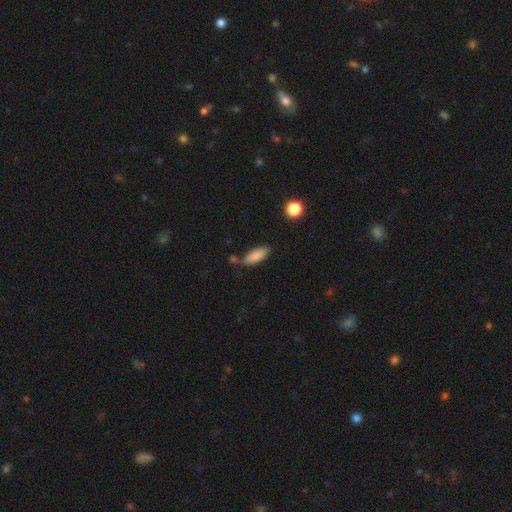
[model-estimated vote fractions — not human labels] This appears to be a smooth galaxy with no disk features (86%) that is in between round and cigar-shaped (73%). Merging: none (59%).